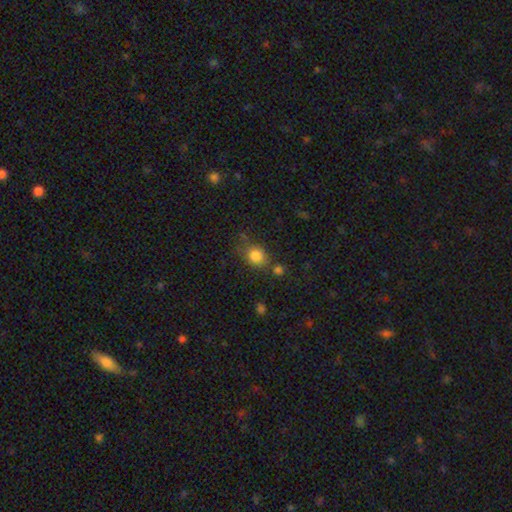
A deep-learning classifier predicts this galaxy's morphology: Q: Smooth or featured?
A: smooth (82%); runner-up: star or artifact (11%)
Q: How rounded?
A: round (65%); runner-up: in between (34%)
Q: Merging?
A: none (63%); runner-up: minor disturbance (19%)